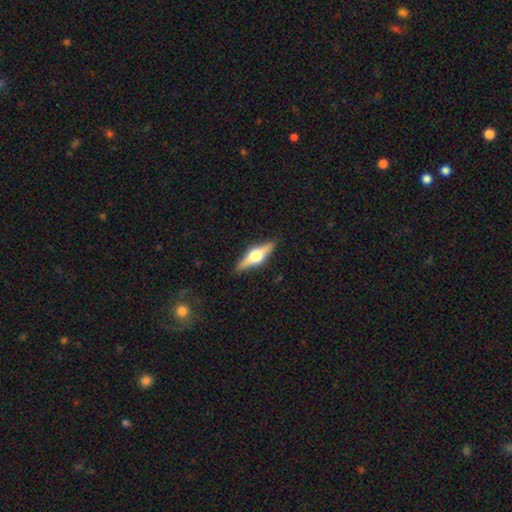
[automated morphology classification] The model was most divided on "smooth or featured": featured or disk: 68%, smooth: 26%, star or artifact: 6%. More confident: edge-on disk — yes (96%); edge-on bulge — rounded (95%); merging — none (89%).